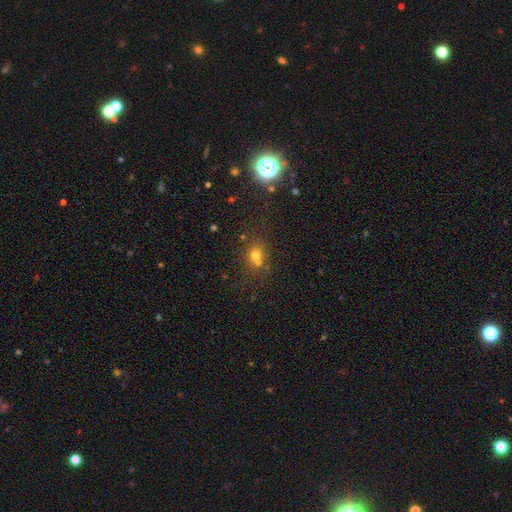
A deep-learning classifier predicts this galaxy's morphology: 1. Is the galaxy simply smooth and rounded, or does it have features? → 66% smooth, 22% star or artifact, 12% featured or disk.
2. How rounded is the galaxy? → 79% round, 20% in between, 1% cigar-shaped.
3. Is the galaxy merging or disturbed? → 54% none, 32% merger, 9% minor disturbance, 4% major disturbance.